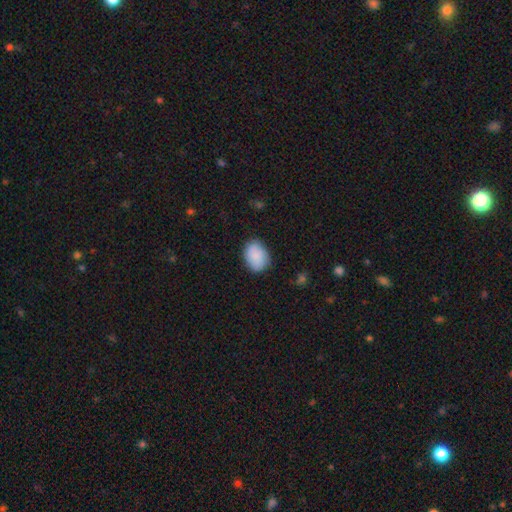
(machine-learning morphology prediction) Smooth or featured? smooth (85%)
How rounded? in between (71%)
Merging? none (76%)